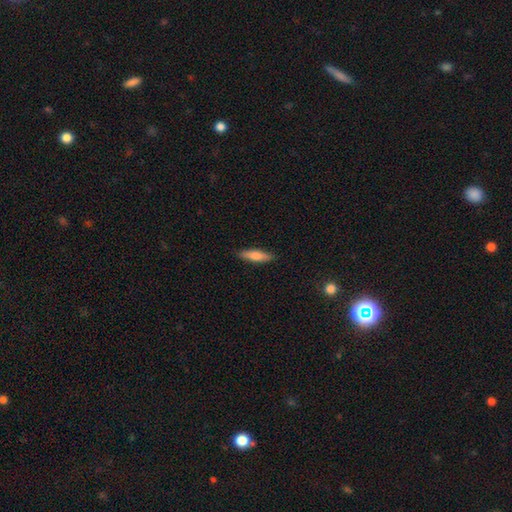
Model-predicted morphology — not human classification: Smooth or featured?
  - smooth: 74% *
  - featured or disk: 20%
  - star or artifact: 6%
How rounded?
  - cigar-shaped: 71% *
  - in between: 27%
  - round: 2%
Merging?
  - none: 89% *
  - minor disturbance: 8%
  - major disturbance: 2%
  - merger: 1%